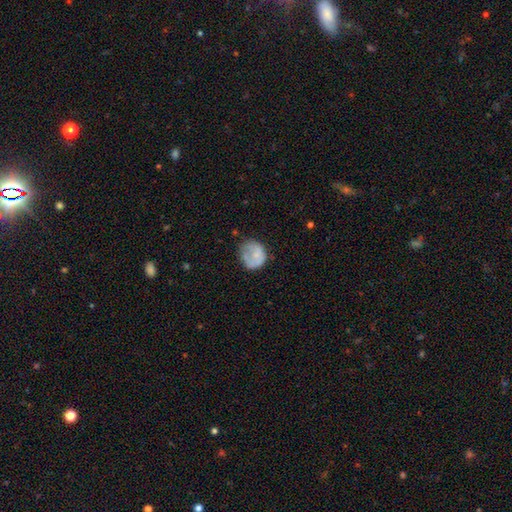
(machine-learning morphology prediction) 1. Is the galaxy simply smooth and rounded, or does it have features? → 67% smooth, 25% featured or disk, 8% star or artifact.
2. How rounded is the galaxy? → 75% round, 24% in between, 1% cigar-shaped.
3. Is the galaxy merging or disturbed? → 50% none, 29% minor disturbance, 19% major disturbance, 2% merger.